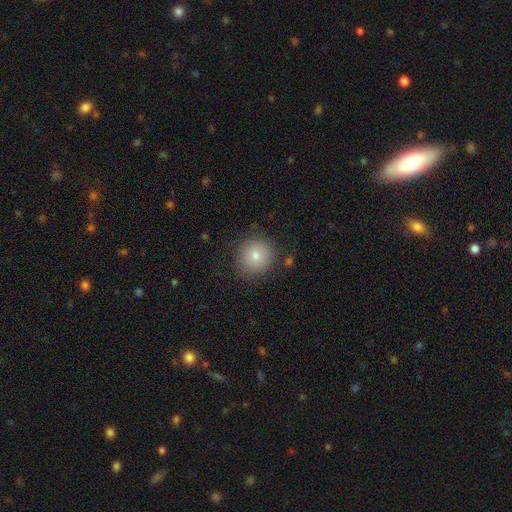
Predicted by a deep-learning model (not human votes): smooth_or_featured: smooth (p=0.79) [alt: featured or disk p=0.11]
how_rounded: round (p=0.90) [alt: in between p=0.09]
merging: none (p=0.82) [alt: minor disturbance p=0.12]